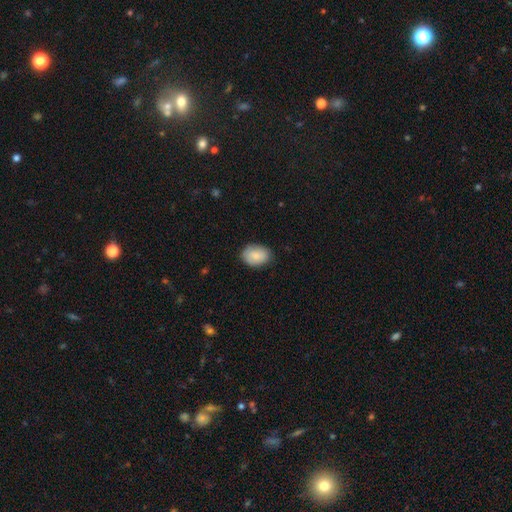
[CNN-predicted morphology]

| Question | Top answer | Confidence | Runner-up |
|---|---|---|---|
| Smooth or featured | smooth | 84% | featured or disk (10%) |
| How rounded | in between | 75% | round (24%) |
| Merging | none | 81% | minor disturbance (15%) |